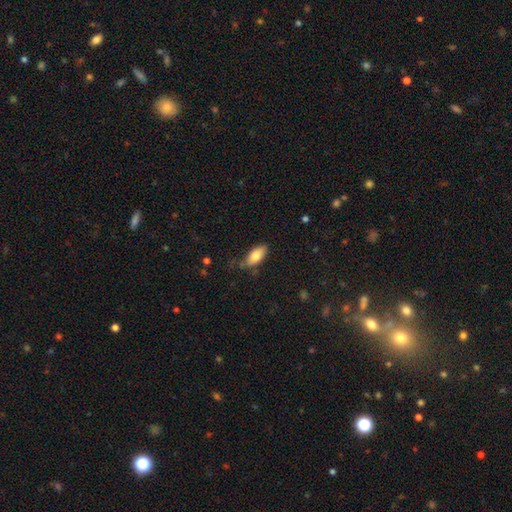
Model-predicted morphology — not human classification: Smooth or featured? Predicted: smooth (p=0.80). How rounded? Predicted: in between (p=0.88). Merging? Predicted: none (p=0.68).